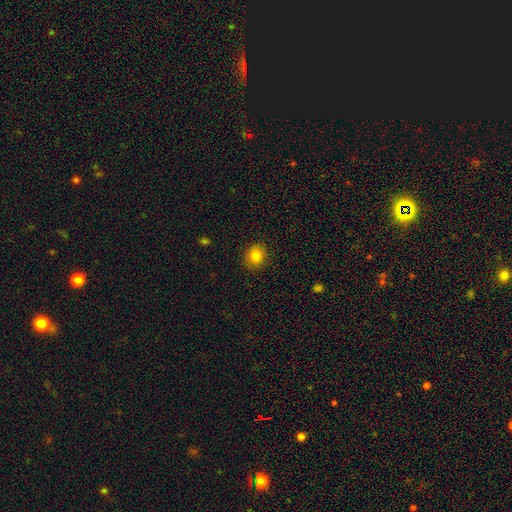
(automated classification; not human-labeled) Overall: smooth (82%). How rounded: round (62%; in between 37%). Merging: none (87%).